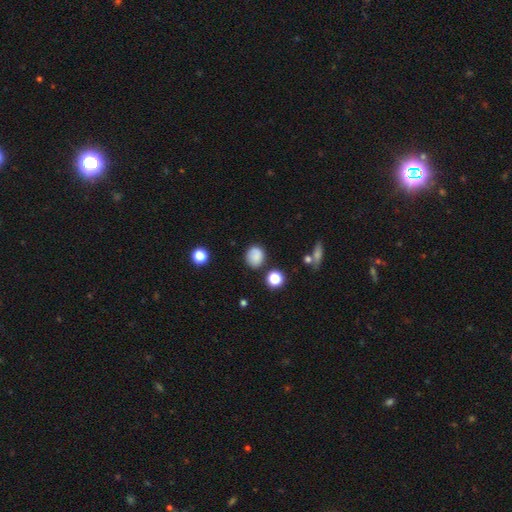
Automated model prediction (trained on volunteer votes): Smooth or featured? Predicted: smooth (p=0.81). How rounded? Predicted: round (p=0.65). Merging? Predicted: none (p=0.76).